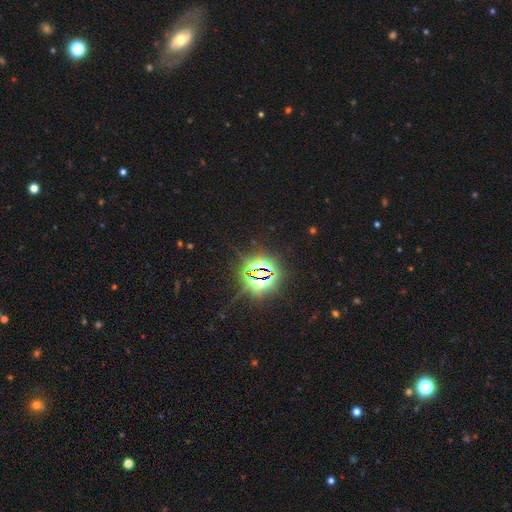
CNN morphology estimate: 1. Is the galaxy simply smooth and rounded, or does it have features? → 84% star or artifact, 10% smooth, 6% featured or disk.